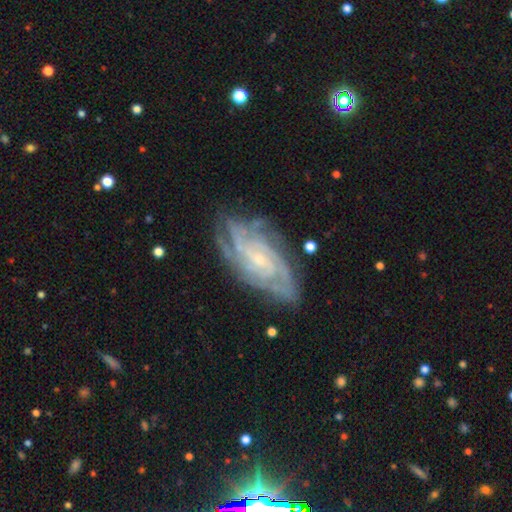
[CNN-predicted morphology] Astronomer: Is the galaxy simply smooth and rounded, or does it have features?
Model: featured or disk — 85%.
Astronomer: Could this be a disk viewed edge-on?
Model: no — 94%.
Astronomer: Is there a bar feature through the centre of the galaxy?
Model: no — 64%.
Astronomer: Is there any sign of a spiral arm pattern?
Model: yes — 97%.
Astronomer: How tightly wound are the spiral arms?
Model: tight — 68%.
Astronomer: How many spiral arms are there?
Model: can't tell — 26% (runner-up: 4, 24%).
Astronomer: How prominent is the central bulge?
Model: small — 80%.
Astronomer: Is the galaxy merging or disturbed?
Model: none — 79%.